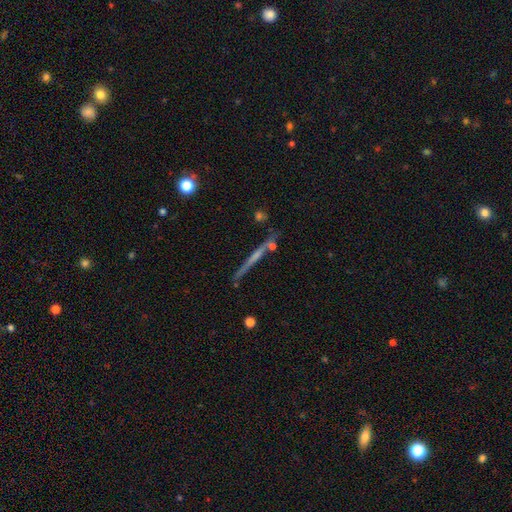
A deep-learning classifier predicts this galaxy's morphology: This is likely a featured or disk galaxy (63%). It is clearly viewed edge-on (96%). Edge-on bulge: likely none (71%). Merging: likely none (79%).